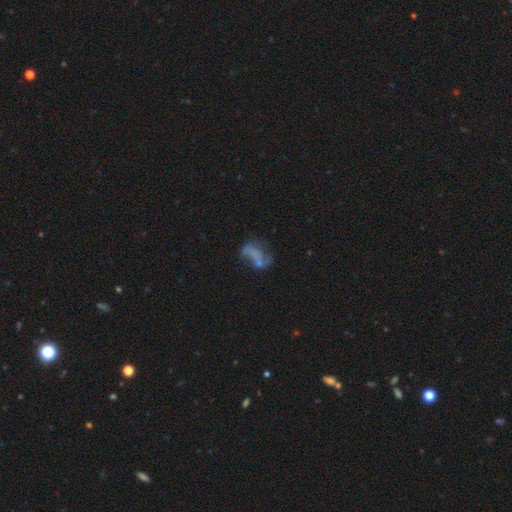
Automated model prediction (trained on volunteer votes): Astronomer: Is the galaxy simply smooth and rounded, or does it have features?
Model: featured or disk — 59%.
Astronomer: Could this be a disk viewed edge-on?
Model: no — 97%.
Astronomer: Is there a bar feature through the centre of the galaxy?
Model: no — 61%.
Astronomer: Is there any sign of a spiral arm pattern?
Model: yes — 58% (runner-up: no, 42%).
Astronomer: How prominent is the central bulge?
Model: none — 71%.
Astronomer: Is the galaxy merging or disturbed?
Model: none — 38% (runner-up: major disturbance, 29%).